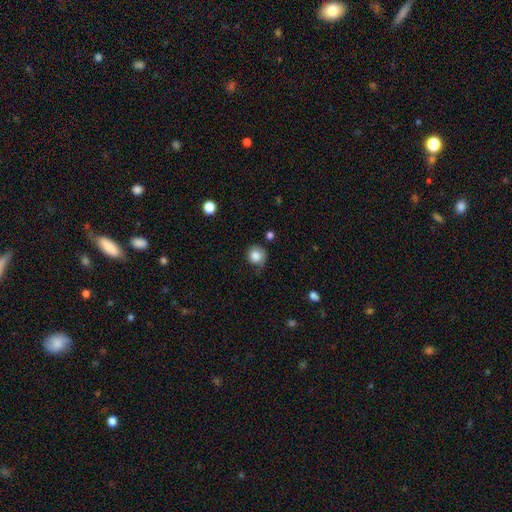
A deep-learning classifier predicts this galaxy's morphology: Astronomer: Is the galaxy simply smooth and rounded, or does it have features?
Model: smooth — 83%.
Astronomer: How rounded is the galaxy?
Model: round — 84%.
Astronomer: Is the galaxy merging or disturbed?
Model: none — 55% (runner-up: minor disturbance, 31%).